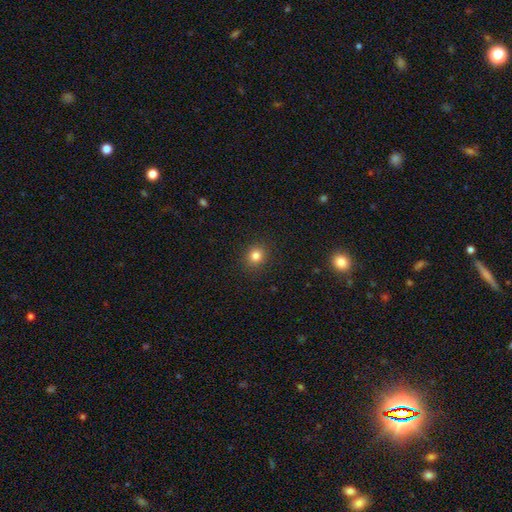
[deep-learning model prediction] smooth_or_featured: smooth (p=0.82) [alt: star or artifact p=0.13]
how_rounded: round (p=0.83) [alt: in between p=0.16]
merging: none (p=0.90) [alt: minor disturbance p=0.06]